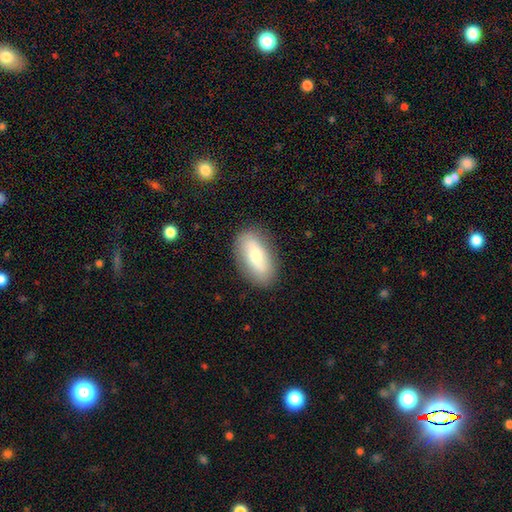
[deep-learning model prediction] Smooth or featured?
  - smooth: 61% *
  - featured or disk: 32%
  - star or artifact: 6%
How rounded?
  - in between: 90% *
  - cigar-shaped: 6%
  - round: 4%
Merging?
  - none: 85% *
  - minor disturbance: 11%
  - major disturbance: 3%
  - merger: 1%